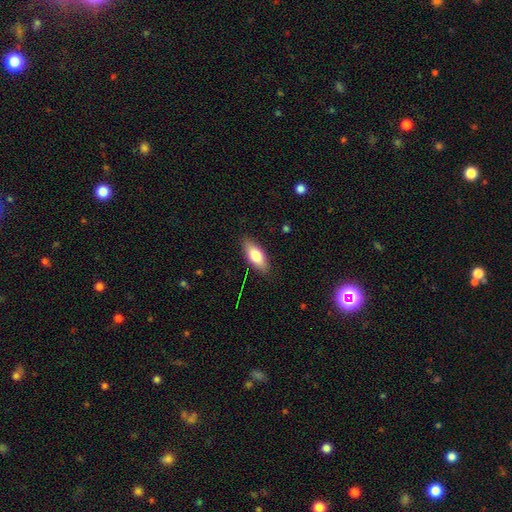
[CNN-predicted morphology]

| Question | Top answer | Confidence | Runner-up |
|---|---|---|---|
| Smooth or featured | smooth | 77% | featured or disk (17%) |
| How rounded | in between | 82% | cigar-shaped (16%) |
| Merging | none | 87% | minor disturbance (10%) |